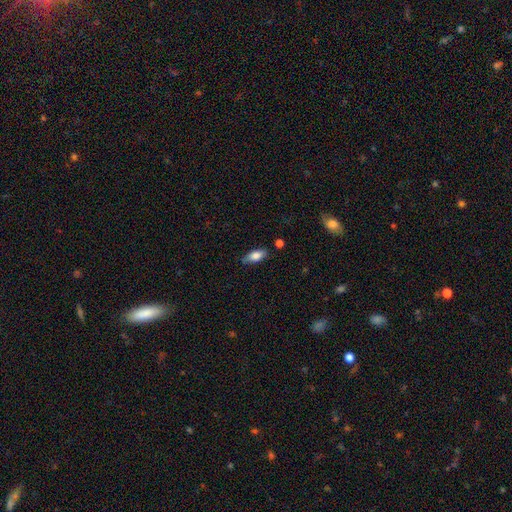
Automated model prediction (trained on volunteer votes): This appears to be a smooth galaxy with no disk features (80%) that is in between round and cigar-shaped (85%). Merging: none (77%).